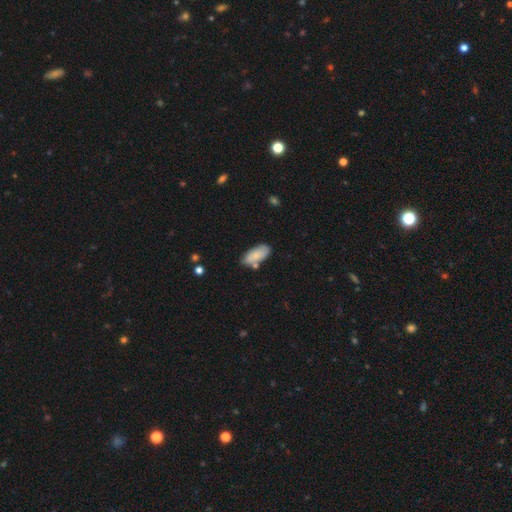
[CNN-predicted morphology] This is likely a smooth galaxy (80%). How rounded: clearly in between (87%). Merging: likely none (65%).